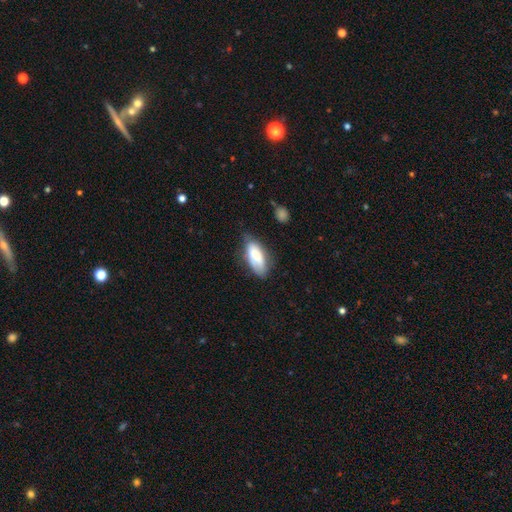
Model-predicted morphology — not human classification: The model was most divided on "merging": none: 58%, minor disturbance: 32%, major disturbance: 8%, merger: 2%. More confident: how rounded — in between (84%); smooth or featured — smooth (75%).